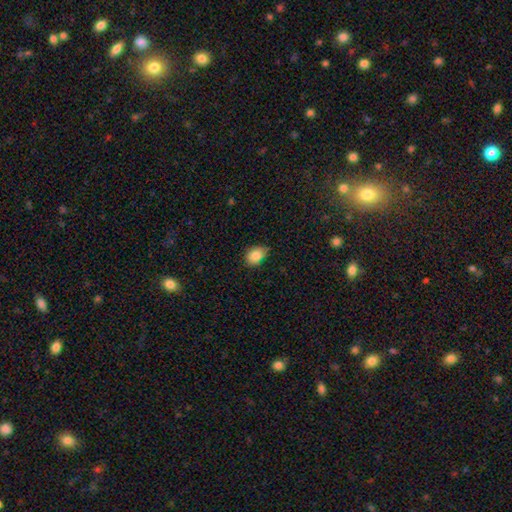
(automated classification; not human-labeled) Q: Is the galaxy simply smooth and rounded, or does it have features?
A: smooth — 86%.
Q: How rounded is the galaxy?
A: in between — 66%.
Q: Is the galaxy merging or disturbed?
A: none — 58%.